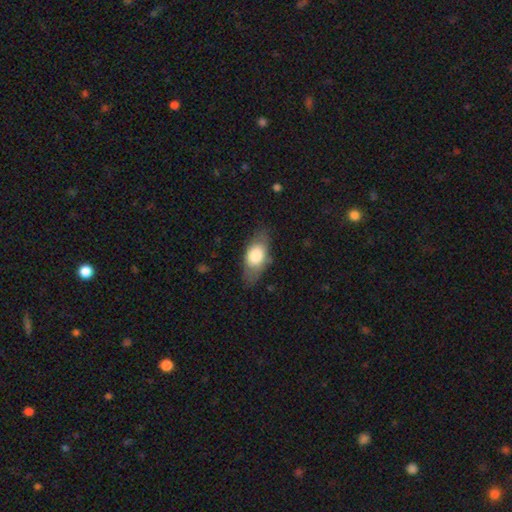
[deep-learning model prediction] Morphology: type=smooth (71%); roundness=in between (86%); merging=none (73%).